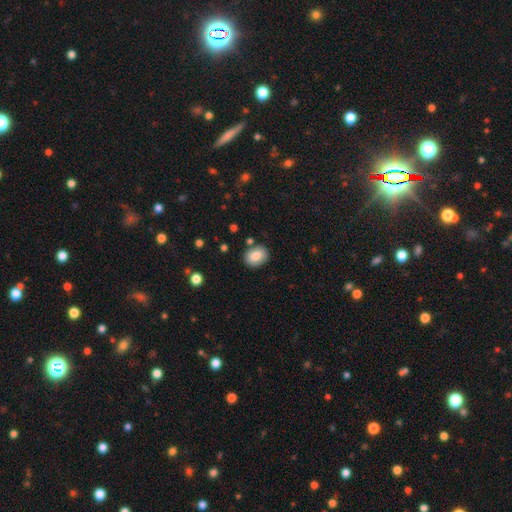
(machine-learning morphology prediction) This appears to be a smooth galaxy with no disk features (83%) that is in between round and cigar-shaped (60%). Merging: none (82%).